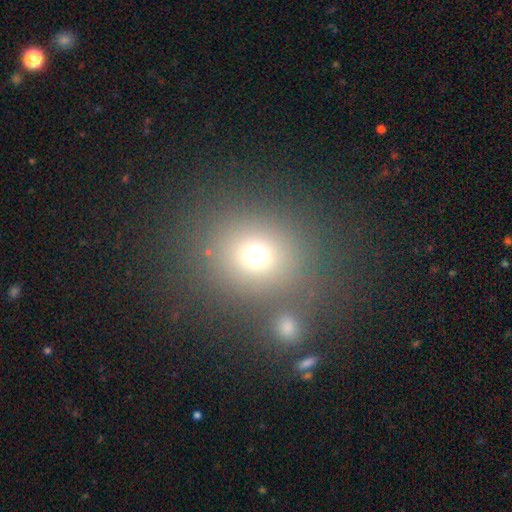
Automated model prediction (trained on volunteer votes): A smooth galaxy with no disk features (70%) that is round (76%). Merging: none (71%).